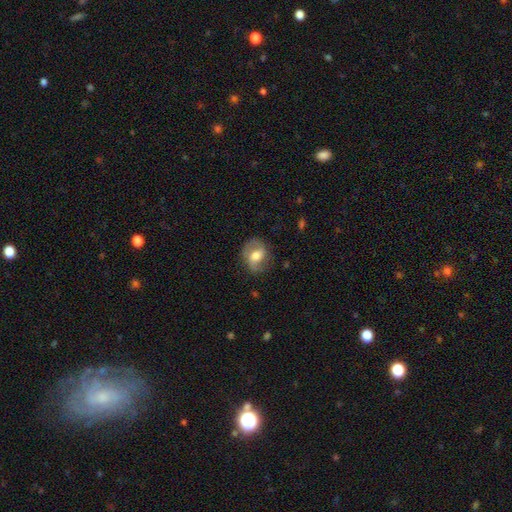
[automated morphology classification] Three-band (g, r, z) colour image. It shows a featured or disk galaxy (48%). Merging: none (70%).